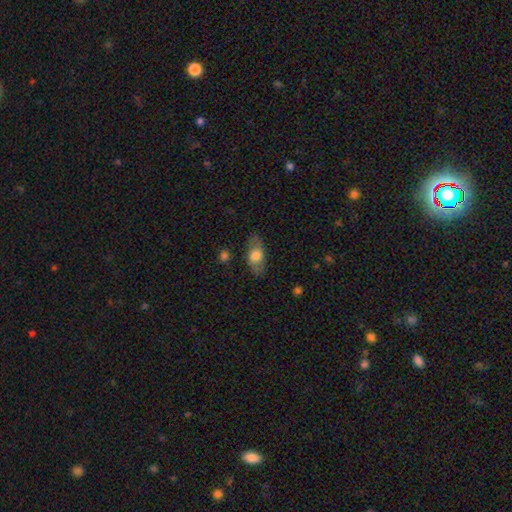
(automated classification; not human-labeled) Smooth or featured: smooth — 63% (featured or disk — 31%)
How rounded: in between — 84% (cigar-shaped — 8%)
Merging: none — 77% (minor disturbance — 16%)